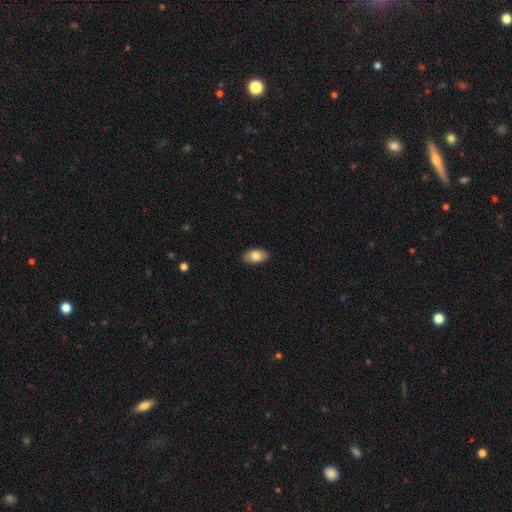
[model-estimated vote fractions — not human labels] This appears to be a smooth galaxy with no disk features (78%) that is in between round and cigar-shaped (93%). Merging: none (88%).